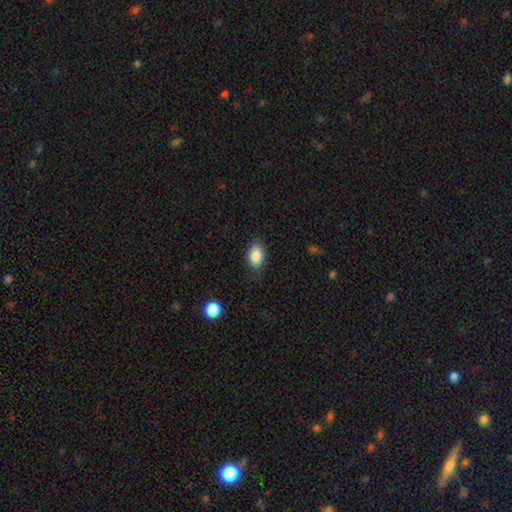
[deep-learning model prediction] Smooth or featured? smooth (87%)
How rounded? in between (89%)
Merging? none (80%)